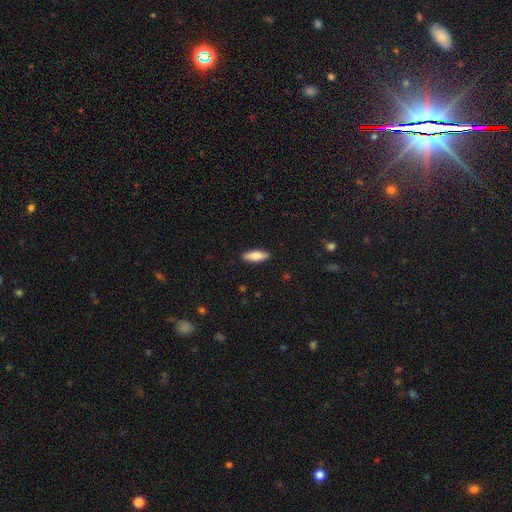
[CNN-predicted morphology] Smooth or featured: smooth — 82% (featured or disk — 12%)
How rounded: in between — 60% (cigar-shaped — 39%)
Merging: none — 89% (minor disturbance — 8%)